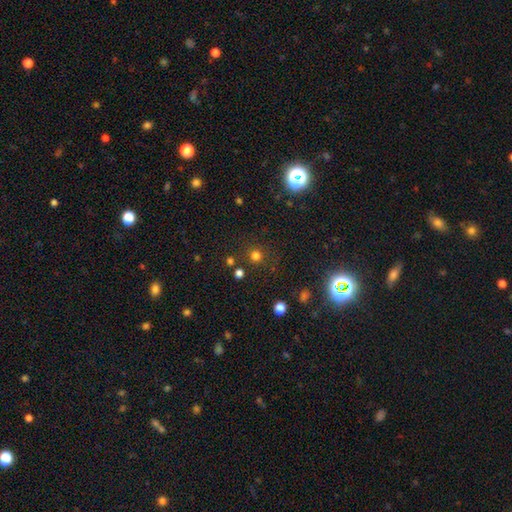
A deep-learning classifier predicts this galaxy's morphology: The model was most divided on "smooth or featured": smooth: 74%, star or artifact: 21%, featured or disk: 5%. More confident: how rounded — round (93%); merging — none (84%).